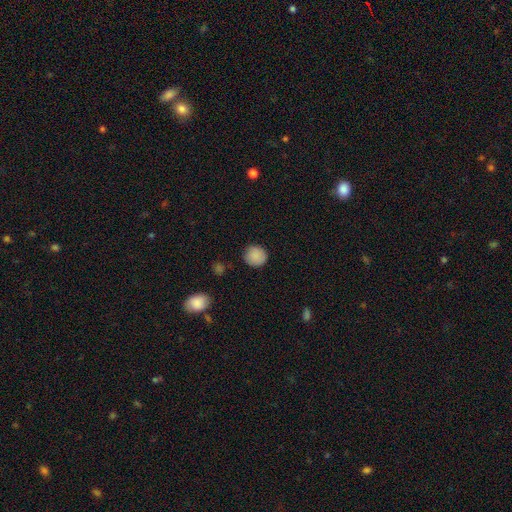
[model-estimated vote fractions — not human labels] smooth 88%, star or artifact 8%, featured or disk 4%. Down the decision tree: how rounded — round (90%); merging — none (87%).